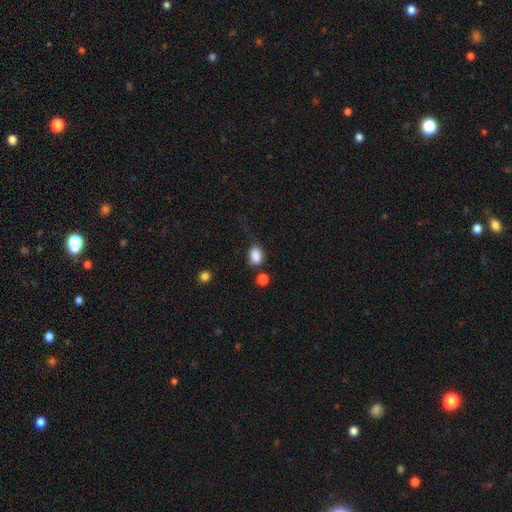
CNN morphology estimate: This is clearly a smooth galaxy (84%). How rounded: likely in between (75%). Merging: possibly none (46%).